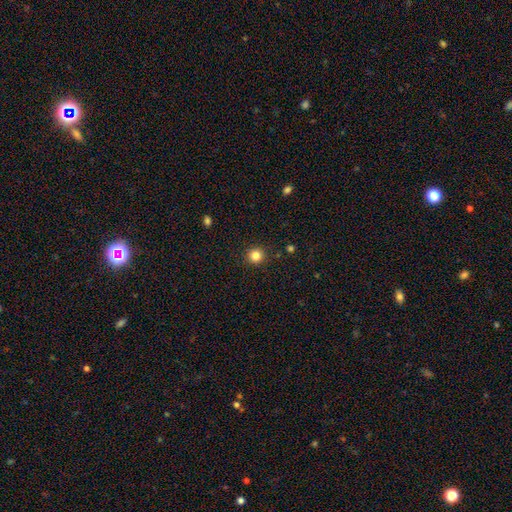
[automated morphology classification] The model was most divided on "smooth or featured": smooth: 83%, star or artifact: 12%, featured or disk: 5%. More confident: how rounded — round (94%); merging — none (92%).